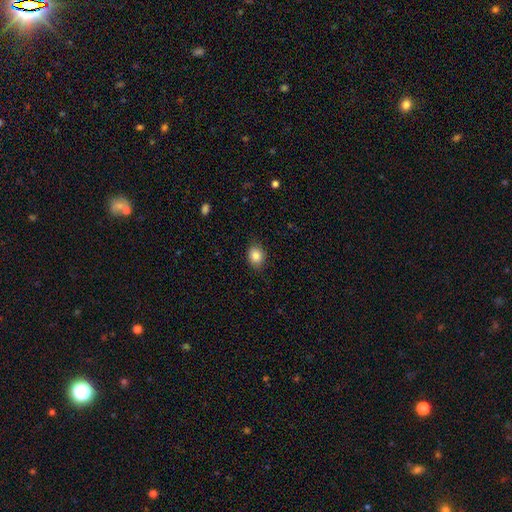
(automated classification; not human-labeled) Morphology: type=smooth (85%); roundness=in between (55%); merging=none (86%).